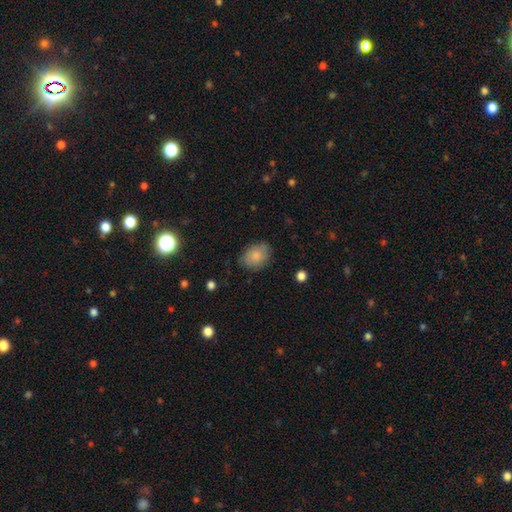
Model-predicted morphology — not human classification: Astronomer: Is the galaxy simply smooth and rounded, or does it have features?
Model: smooth — 82%.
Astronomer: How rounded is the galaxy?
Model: in between — 70%.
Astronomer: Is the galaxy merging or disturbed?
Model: none — 76%.